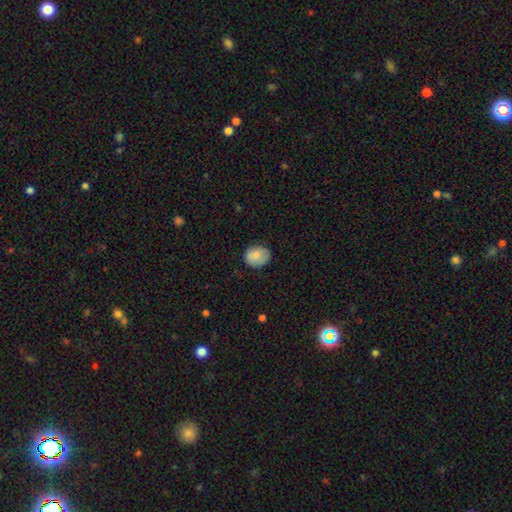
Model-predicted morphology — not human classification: A smooth galaxy with no disk features (82%) that is round (59%).

Vote fractions:
- Smooth or featured? smooth: 82% / featured or disk: 11% / star or artifact: 7%
- How rounded? round: 59% / in between: 40% / cigar-shaped: 1%
- Merging? none: 77% / minor disturbance: 18% / major disturbance: 4% / merger: 1%